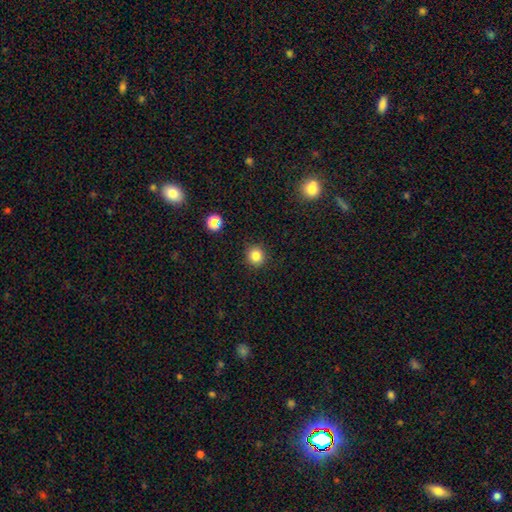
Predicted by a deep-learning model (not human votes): Q: Smooth or featured?
A: smooth (83%); runner-up: star or artifact (12%)
Q: How rounded?
A: round (88%); runner-up: in between (11%)
Q: Merging?
A: none (90%); runner-up: minor disturbance (7%)